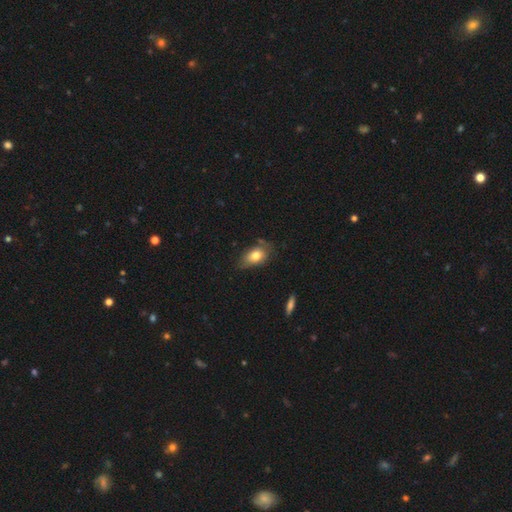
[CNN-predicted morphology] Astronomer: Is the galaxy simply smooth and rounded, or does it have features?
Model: smooth — 75%.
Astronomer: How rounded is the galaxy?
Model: in between — 85%.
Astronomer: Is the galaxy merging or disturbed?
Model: none — 61%.